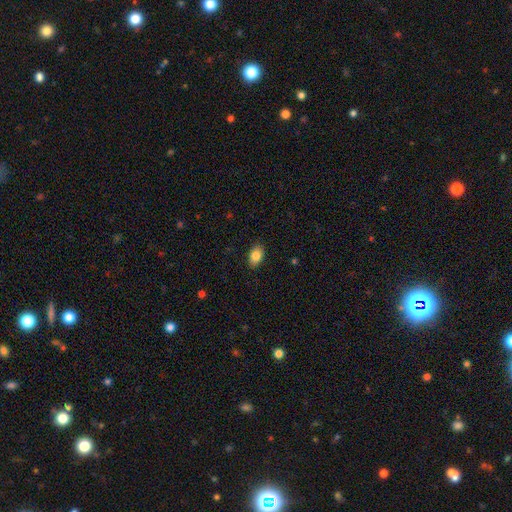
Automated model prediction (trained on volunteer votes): smooth_or_featured: smooth (p=0.84) [alt: featured or disk p=0.08]
how_rounded: in between (p=0.88) [alt: round p=0.10]
merging: none (p=0.88) [alt: minor disturbance p=0.09]